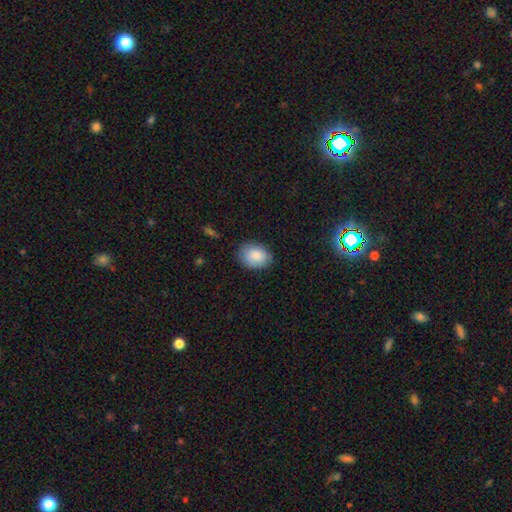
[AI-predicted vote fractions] Smooth or featured: smooth — 87% (star or artifact — 7%)
How rounded: in between — 70% (round — 29%)
Merging: none — 81% (minor disturbance — 15%)